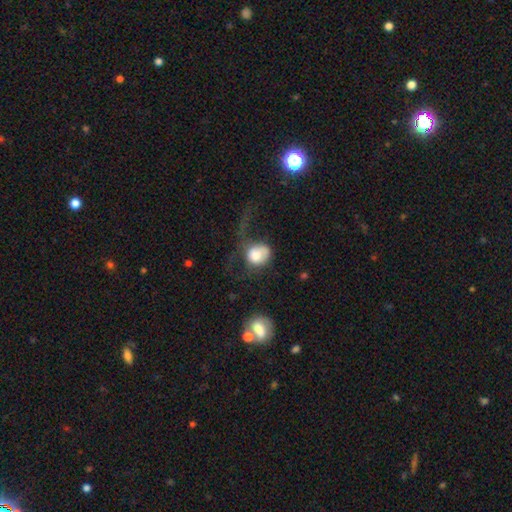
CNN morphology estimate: This appears to be a smooth galaxy with no disk features (71%) that is round (68%). Merging: major disturbance (54%).